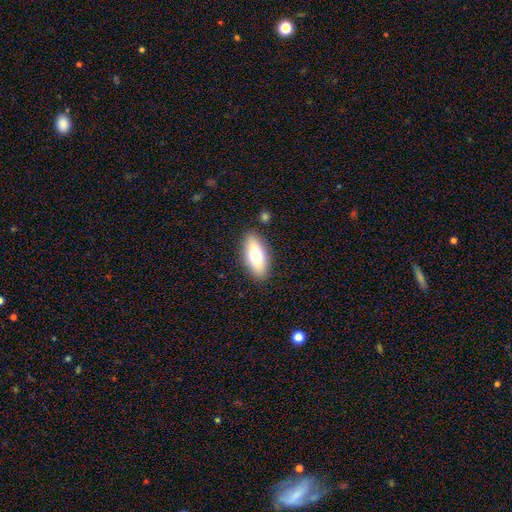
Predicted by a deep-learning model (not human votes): smooth-or-featured: smooth: 66% | featured or disk: 27% | star or artifact: 7%
  how-rounded: in between: 76% | cigar-shaped: 20% | round: 3%
  merging: none: 86% | minor disturbance: 9% | major disturbance: 3% | merger: 2%